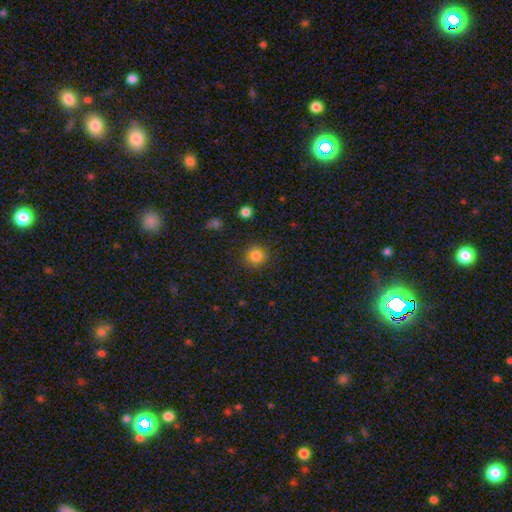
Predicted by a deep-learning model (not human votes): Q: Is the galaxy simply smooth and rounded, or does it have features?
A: smooth — 84%.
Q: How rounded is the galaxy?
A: round — 90%.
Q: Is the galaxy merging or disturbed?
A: none — 88%.